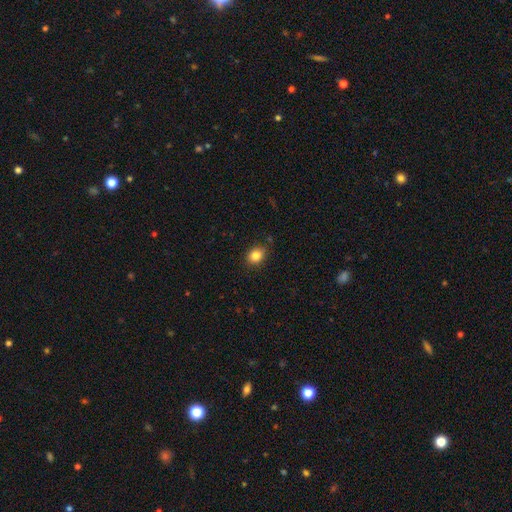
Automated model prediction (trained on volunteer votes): Smooth or featured? Predicted: smooth (p=0.84). How rounded? Predicted: in between (p=0.52). Merging? Predicted: none (p=0.84).